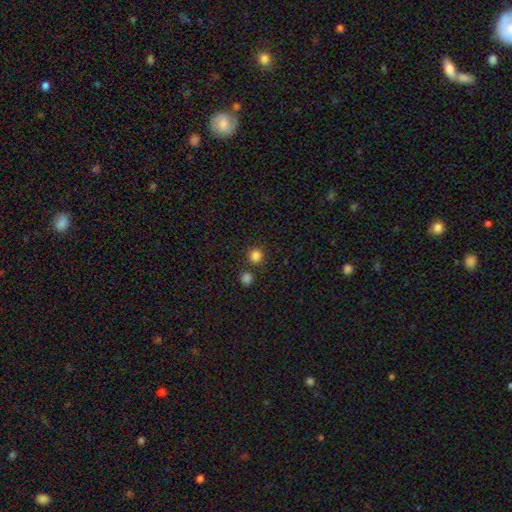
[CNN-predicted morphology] This appears to be a smooth galaxy with no disk features (84%) that is round (92%). Merging: none (81%).